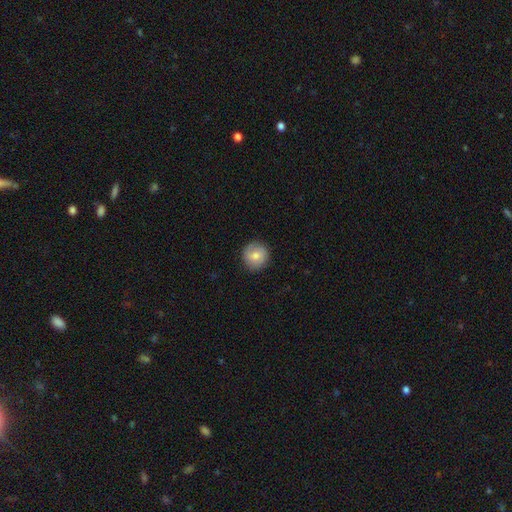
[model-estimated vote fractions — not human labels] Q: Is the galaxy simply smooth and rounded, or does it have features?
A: smooth — 74%.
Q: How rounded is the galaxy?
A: round — 93%.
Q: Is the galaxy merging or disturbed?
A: none — 88%.